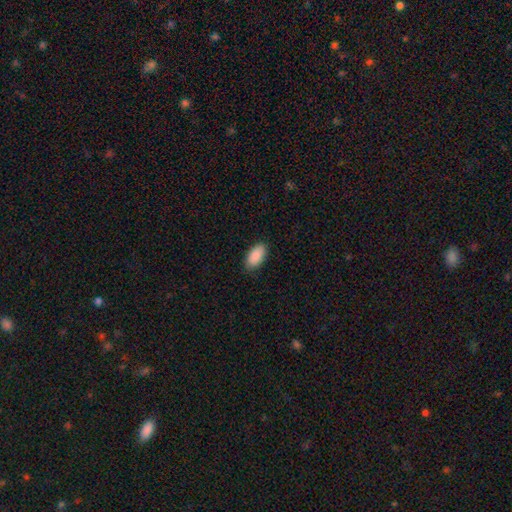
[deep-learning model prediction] A smooth galaxy with no disk features (90%) that is in between round and cigar-shaped (95%).

Vote fractions:
- Smooth or featured? smooth: 90% / star or artifact: 6% / featured or disk: 4%
- How rounded? in between: 95% / cigar-shaped: 3% / round: 2%
- Merging? none: 85% / minor disturbance: 12% / major disturbance: 2% / merger: 1%